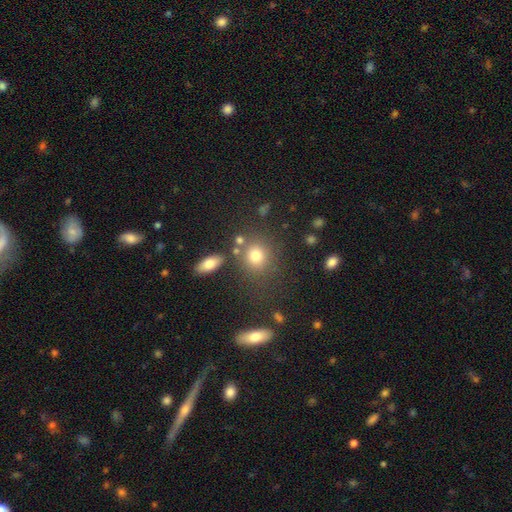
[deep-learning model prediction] Smooth or featured? smooth (76%)
How rounded? round (77%)
Merging? none (72%)